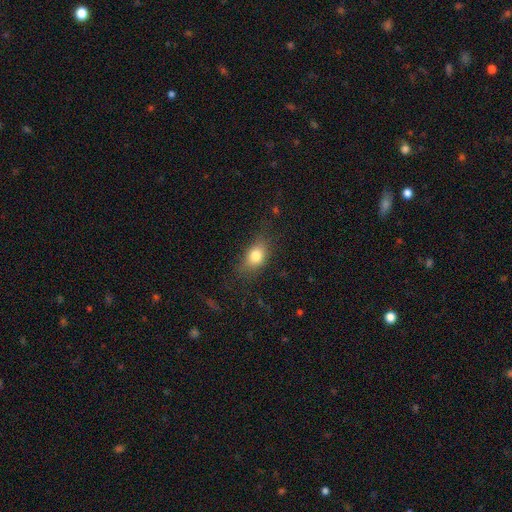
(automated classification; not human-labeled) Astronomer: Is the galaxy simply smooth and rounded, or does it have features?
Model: smooth — 78%.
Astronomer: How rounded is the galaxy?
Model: in between — 70%.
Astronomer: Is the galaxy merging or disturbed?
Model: none — 70%.